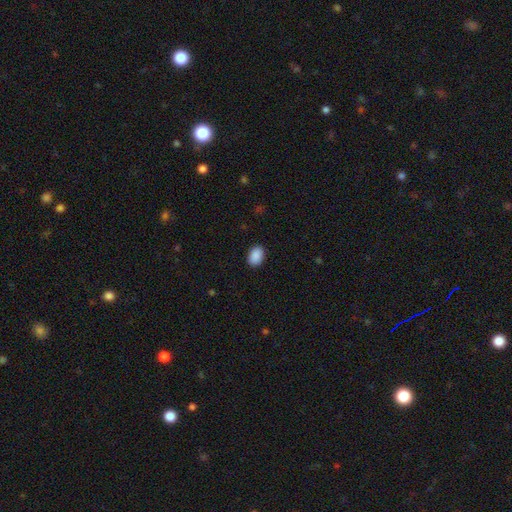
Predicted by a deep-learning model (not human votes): Smooth or featured? smooth (90%)
How rounded? in between (83%)
Merging? none (89%)